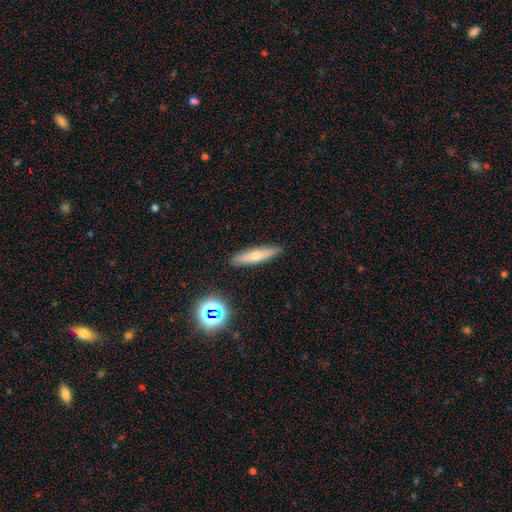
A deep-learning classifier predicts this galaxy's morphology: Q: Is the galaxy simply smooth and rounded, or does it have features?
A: smooth — 54%.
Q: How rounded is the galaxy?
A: cigar-shaped — 80%.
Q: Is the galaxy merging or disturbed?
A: none — 89%.